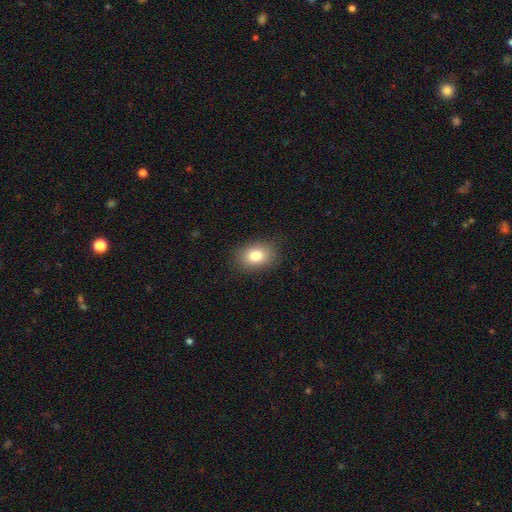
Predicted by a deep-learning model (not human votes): smooth-or-featured: smooth: 81% | star or artifact: 10% | featured or disk: 10%
  how-rounded: in between: 73% | round: 26% | cigar-shaped: 1%
  merging: none: 86% | minor disturbance: 10% | major disturbance: 3% | merger: 1%